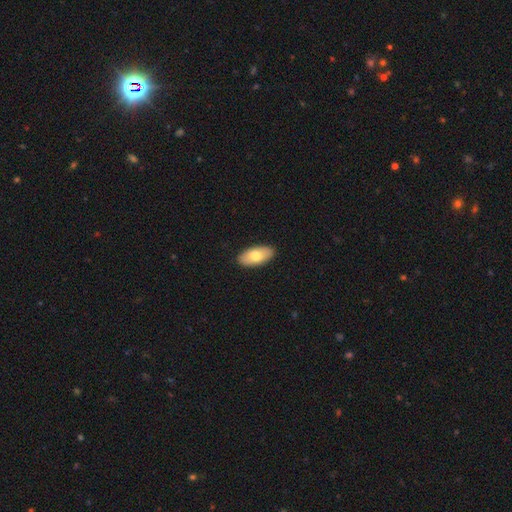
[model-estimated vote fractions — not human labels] This is likely a smooth galaxy (72%). How rounded: clearly in between (93%). Merging: clearly none (90%).